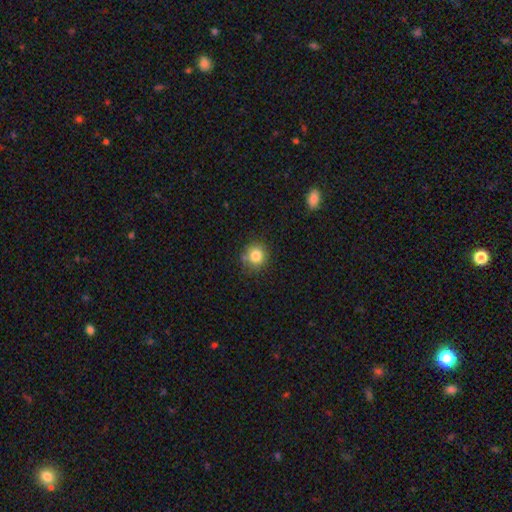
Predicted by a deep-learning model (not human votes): smooth_or_featured: smooth (p=0.81) [alt: star or artifact p=0.12]
how_rounded: round (p=0.90) [alt: in between p=0.09]
merging: none (p=0.80) [alt: minor disturbance p=0.12]